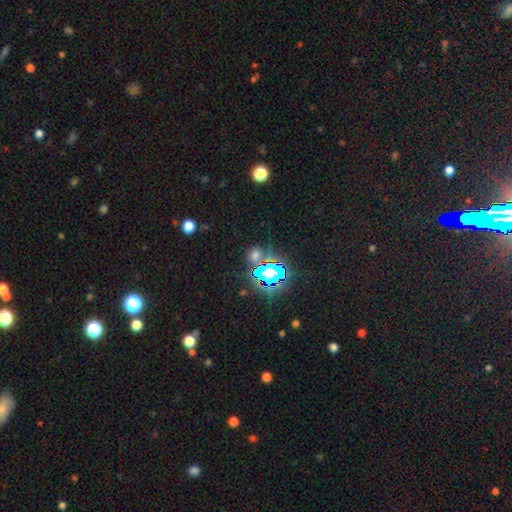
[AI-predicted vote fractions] This appears to be a star or artifact, not a galaxy (55%).